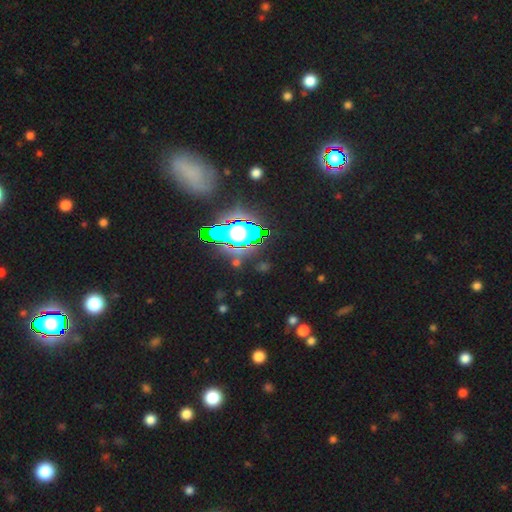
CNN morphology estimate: The model was most divided on "smooth or featured": star or artifact: 80%, smooth: 11%, featured or disk: 9%.